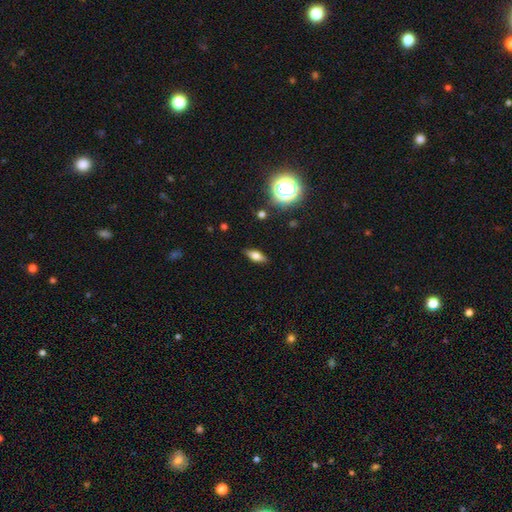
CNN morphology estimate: A smooth galaxy with no disk features (52%) that is in between round and cigar-shaped (68%). Merging: none (87%).